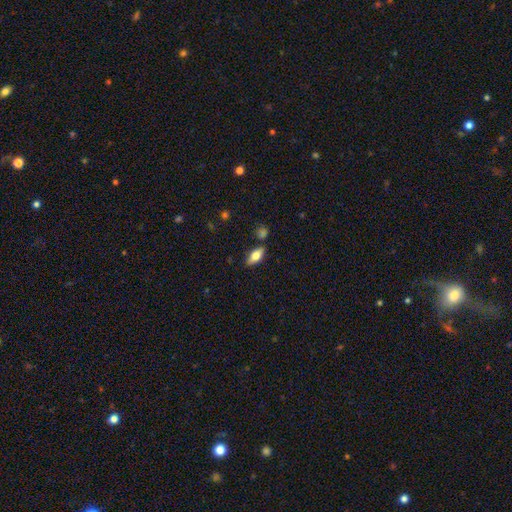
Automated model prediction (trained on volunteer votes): The model was most divided on "smooth or featured": smooth: 70%, featured or disk: 23%, star or artifact: 7%. More confident: how rounded — in between (82%); merging — none (81%).